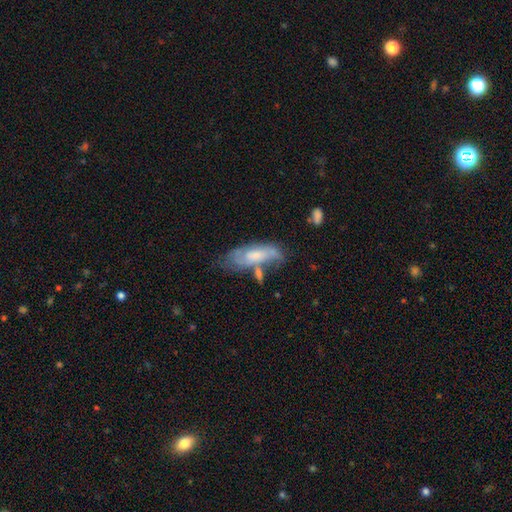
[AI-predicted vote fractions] This appears to be a featured or disk galaxy (51%). Merging: none (38%).